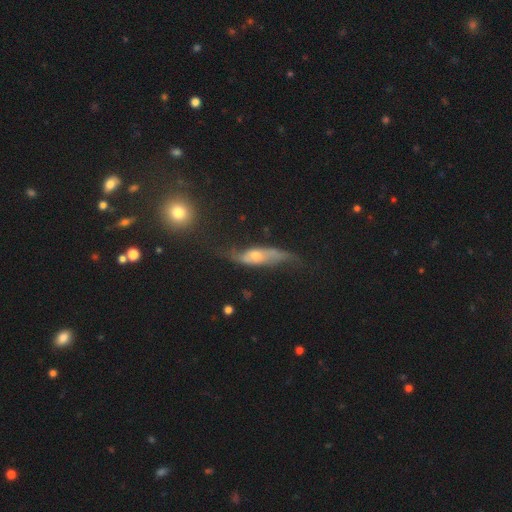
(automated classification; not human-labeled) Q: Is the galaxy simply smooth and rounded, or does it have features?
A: featured or disk — 70%.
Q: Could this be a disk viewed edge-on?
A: no — 68%.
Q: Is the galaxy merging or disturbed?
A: none — 48%.